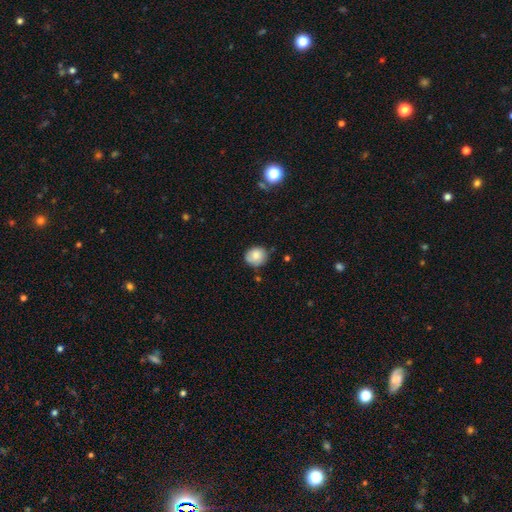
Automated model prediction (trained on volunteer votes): A smooth galaxy with no disk features (80%) that is round (80%). Merging: none (74%).